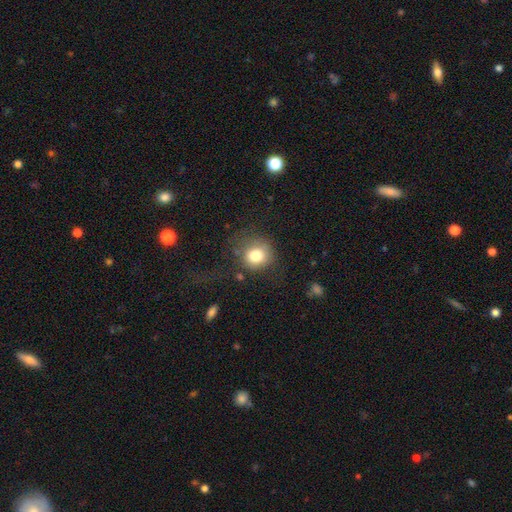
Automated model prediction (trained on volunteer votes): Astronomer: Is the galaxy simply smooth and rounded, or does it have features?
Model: smooth — 79%.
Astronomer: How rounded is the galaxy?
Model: round — 83%.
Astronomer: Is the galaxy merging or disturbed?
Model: none — 64%.